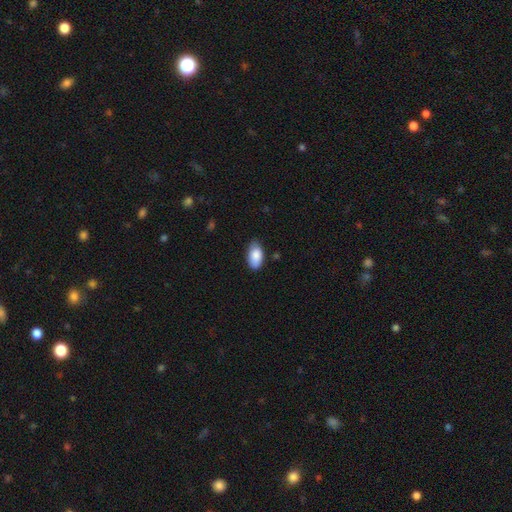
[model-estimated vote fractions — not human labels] smooth_or_featured: smooth (p=0.87) [alt: star or artifact p=0.06]
how_rounded: in between (p=0.94) [alt: round p=0.04]
merging: none (p=0.75) [alt: minor disturbance p=0.21]